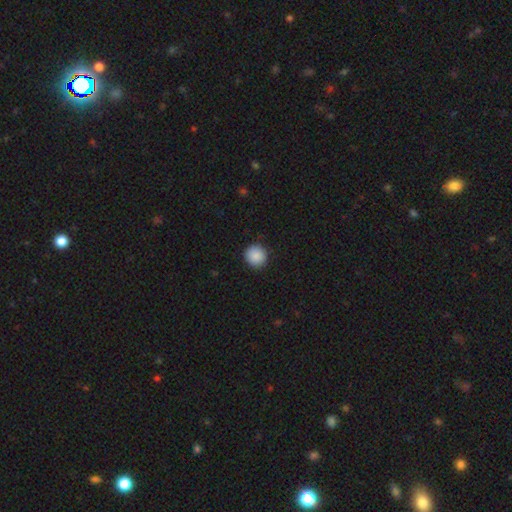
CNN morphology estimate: type=smooth (89%); roundness=round (94%); merging=none (91%).